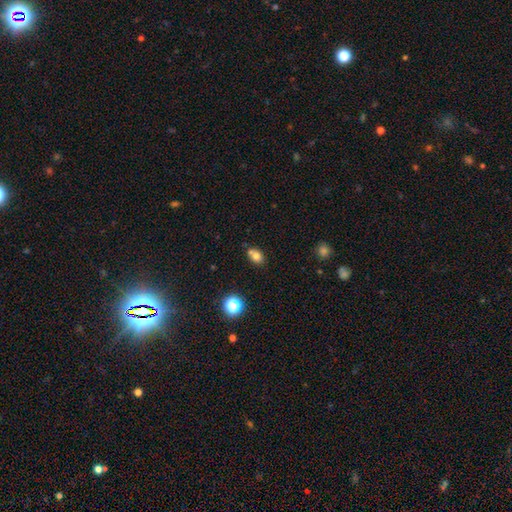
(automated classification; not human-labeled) Overall: smooth (76%). How rounded: in between (68%; round 31%). Merging: none (55%; merger 24%).